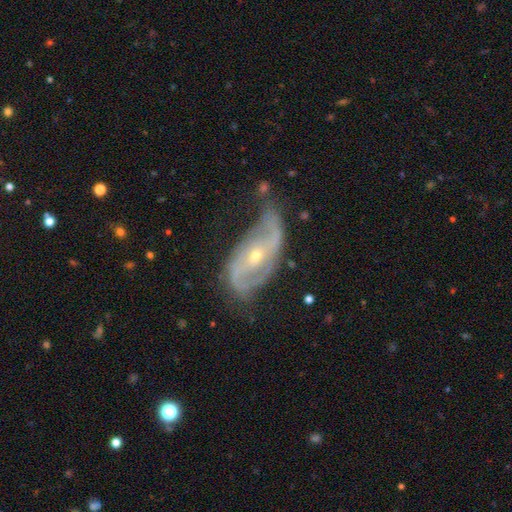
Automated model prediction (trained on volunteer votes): The model was most divided on "spiral winding": medium: 41%, loose: 36%, tight: 23%. Remaining: edge-on disk — no (94%); spiral arms — yes (90%); smooth or featured — featured or disk (84%); spiral arm count — 2 (80%); bulge size — small (63%); merging — none (46%); bar — no (42%).